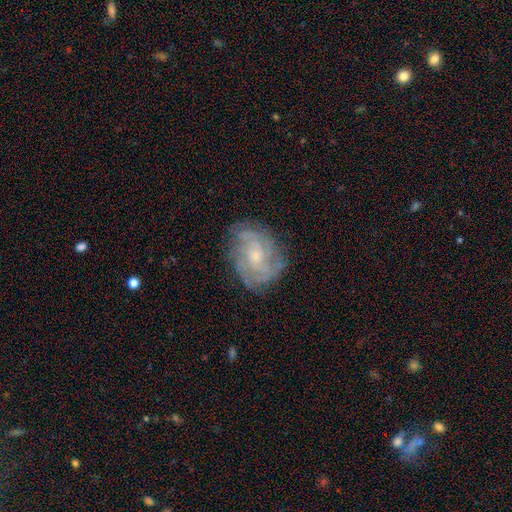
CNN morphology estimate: Smooth or featured? featured or disk (76%)
Edge-on disk? no (97%)
Bar? no (63%)
Spiral arms? yes (90%)
Spiral winding? tight (52%)
Spiral arm count? can't tell (40%)
Bulge size? small (52%)
Merging? none (74%)